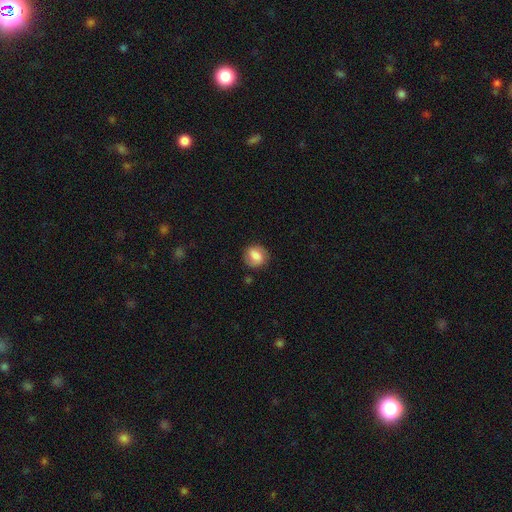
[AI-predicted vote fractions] smooth-or-featured: smooth: 63% | featured or disk: 29% | star or artifact: 9%
  how-rounded: round: 73% | in between: 26% | cigar-shaped: 1%
  merging: none: 79% | minor disturbance: 15% | major disturbance: 5% | merger: 2%